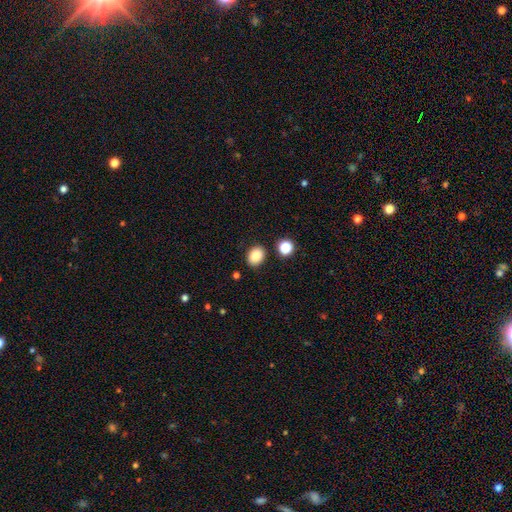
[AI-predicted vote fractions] smooth-or-featured: smooth: 86% | star or artifact: 10% | featured or disk: 4%
  how-rounded: in between: 60% | round: 39% | cigar-shaped: 1%
  merging: none: 85% | minor disturbance: 9% | merger: 4% | major disturbance: 2%